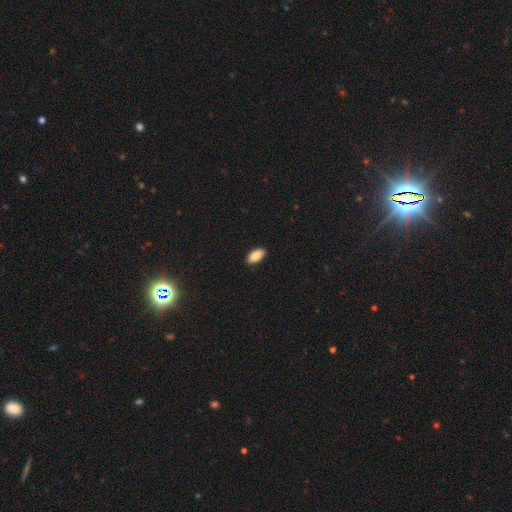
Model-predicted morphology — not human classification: This is clearly a smooth galaxy (89%). How rounded: clearly in between (94%). Merging: clearly none (90%).